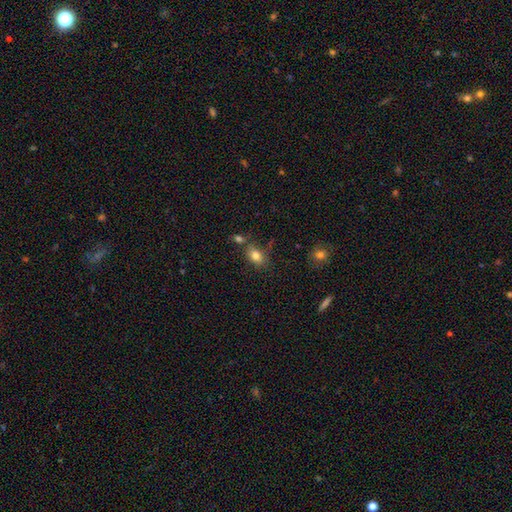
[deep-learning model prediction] This is clearly a smooth galaxy (81%). How rounded: likely in between (79%). Merging: likely none (68%).